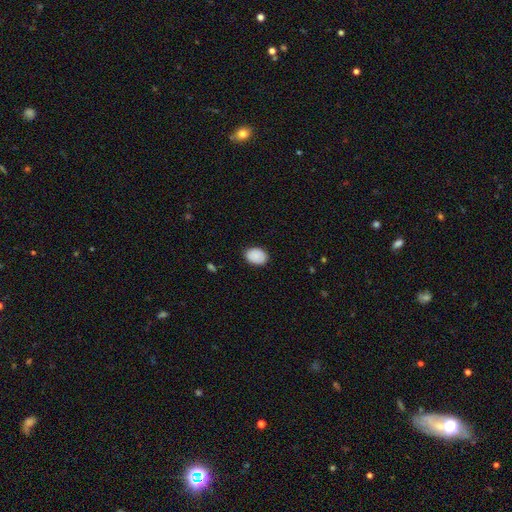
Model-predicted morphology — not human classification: smooth 89%, star or artifact 7%, featured or disk 4%. Down the decision tree: how rounded — in between (74%); merging — none (85%).